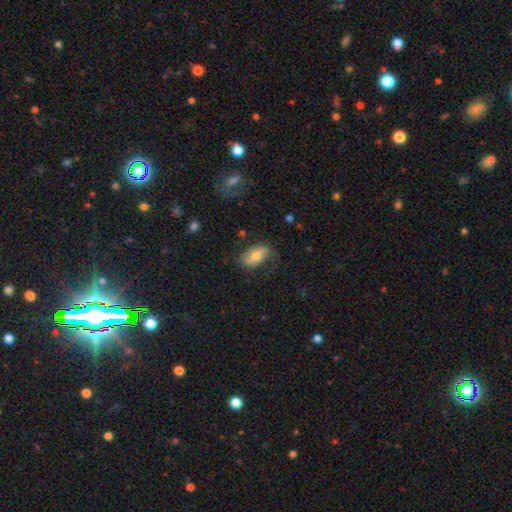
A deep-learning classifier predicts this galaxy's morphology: This appears to be a smooth galaxy with no disk features (54%) that is in between round and cigar-shaped (90%). Merging: none (66%).